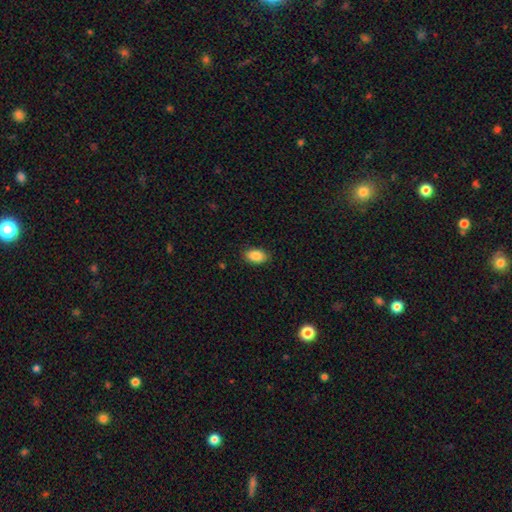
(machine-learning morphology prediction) The model was most divided on "merging": none: 87%, minor disturbance: 10%, major disturbance: 2%, merger: 1%. More confident: how rounded — in between (90%); smooth or featured — smooth (88%).